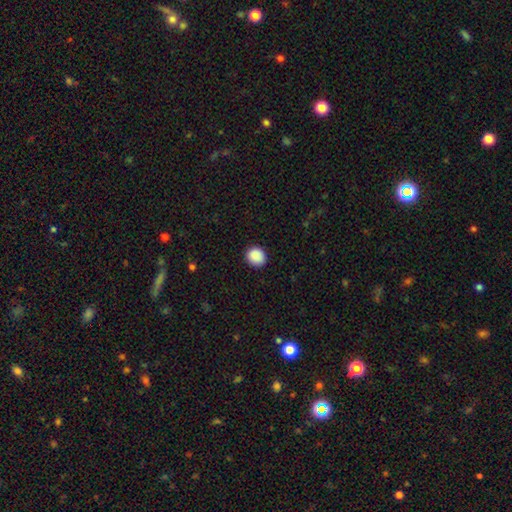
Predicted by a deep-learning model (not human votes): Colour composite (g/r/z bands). It shows a smooth galaxy with no disk features (90%) that is round (85%). Merging: none (91%).